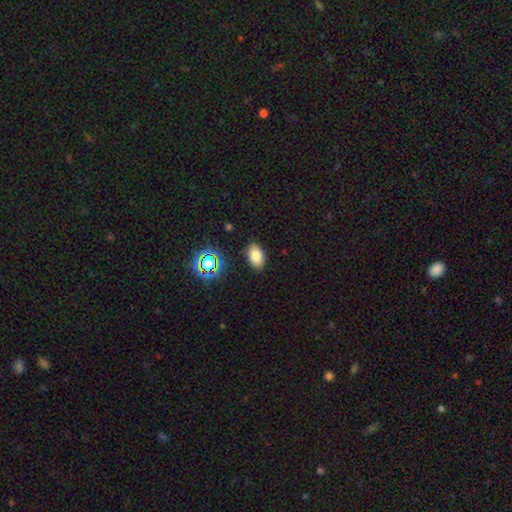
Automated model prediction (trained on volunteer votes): This is likely a smooth galaxy (78%). How rounded: clearly in between (90%). Merging: clearly none (86%).